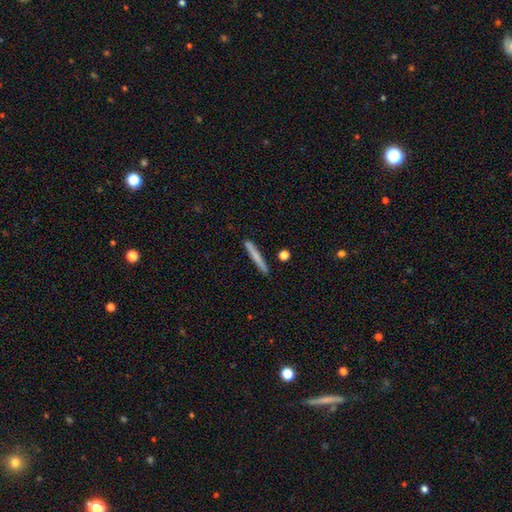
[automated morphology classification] The model was most divided on "smooth or featured": smooth: 72%, featured or disk: 22%, star or artifact: 6%. More confident: how rounded — cigar-shaped (96%); merging — none (89%).